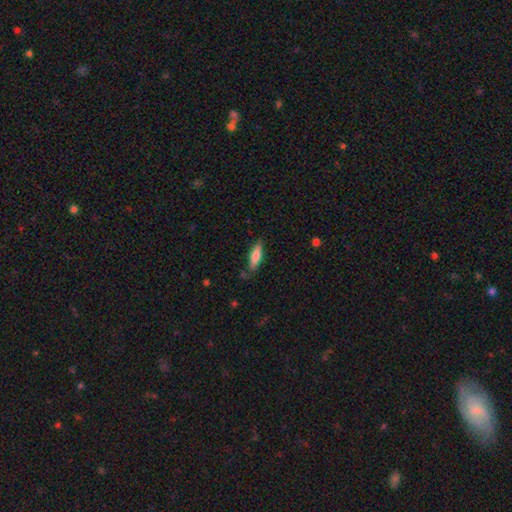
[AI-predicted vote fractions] A smooth galaxy with no disk features (72%) that is cigar-shaped (62%). Merging: none (80%).